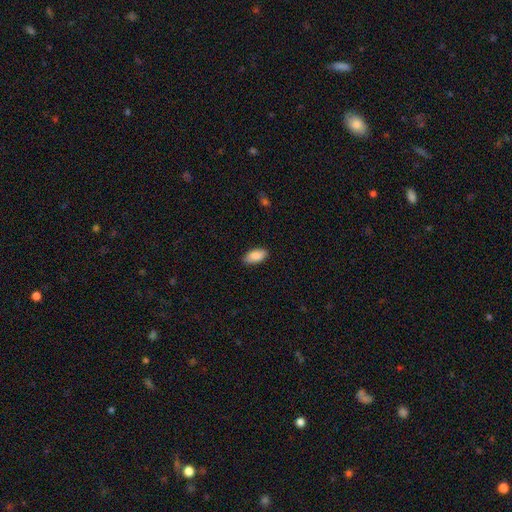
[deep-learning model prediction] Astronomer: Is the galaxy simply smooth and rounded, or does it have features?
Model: smooth — 89%.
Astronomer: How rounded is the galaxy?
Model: in between — 93%.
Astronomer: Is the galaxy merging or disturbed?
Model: none — 85%.